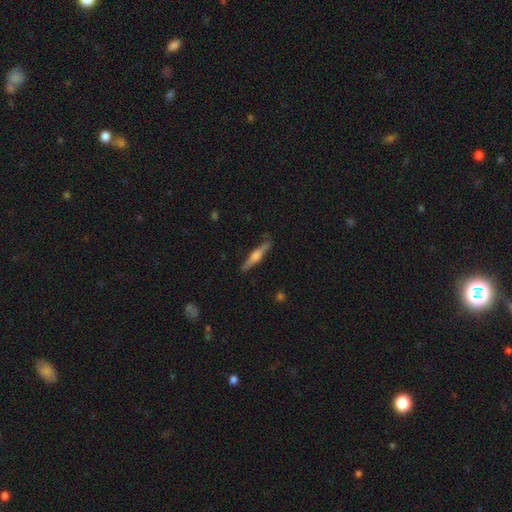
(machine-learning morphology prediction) This is likely a featured or disk galaxy (61%). It is clearly viewed edge-on (97%). Edge-on bulge: likely rounded (78%). Merging: clearly none (87%).